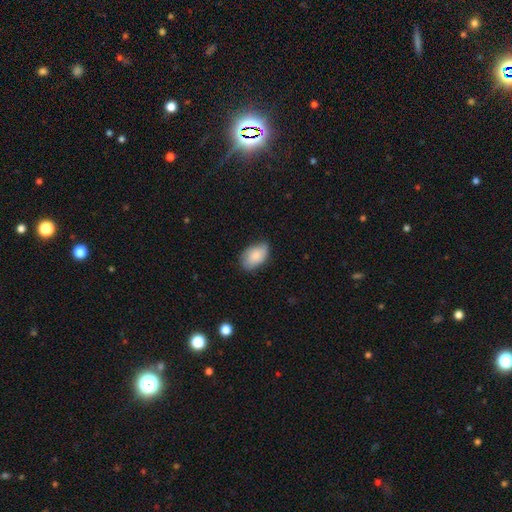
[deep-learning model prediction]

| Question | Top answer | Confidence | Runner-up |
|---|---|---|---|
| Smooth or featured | smooth | 81% | featured or disk (13%) |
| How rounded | in between | 92% | round (7%) |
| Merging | none | 69% | minor disturbance (26%) |